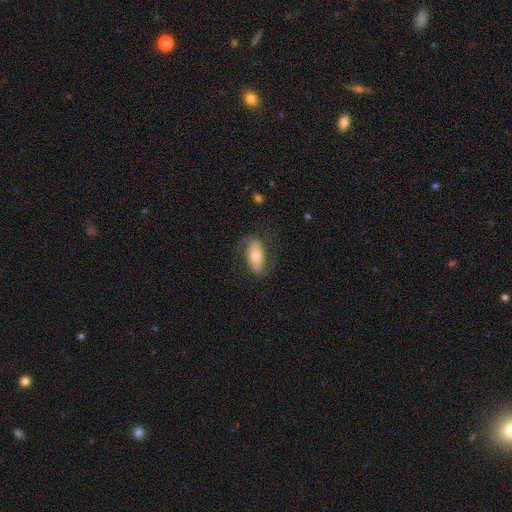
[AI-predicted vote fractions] Smooth or featured? smooth (53%)
How rounded? in between (90%)
Merging? none (71%)